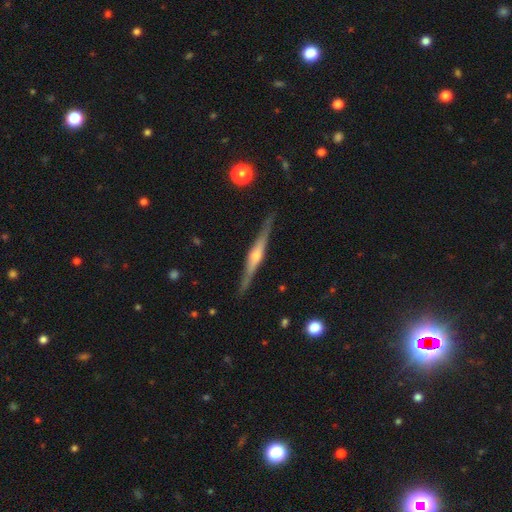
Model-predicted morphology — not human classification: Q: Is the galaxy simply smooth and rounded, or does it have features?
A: featured or disk — 81%.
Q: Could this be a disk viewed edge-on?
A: yes — 98%.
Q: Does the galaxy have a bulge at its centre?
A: rounded — 80%.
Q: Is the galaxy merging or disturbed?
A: none — 90%.